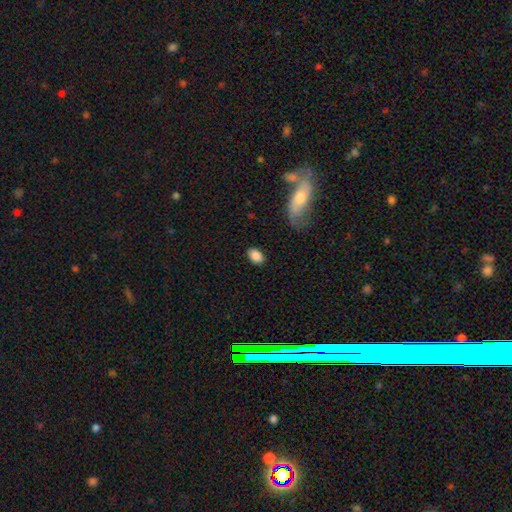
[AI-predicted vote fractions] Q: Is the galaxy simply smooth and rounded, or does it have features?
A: smooth — 86%.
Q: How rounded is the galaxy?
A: in between — 87%.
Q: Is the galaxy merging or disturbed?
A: none — 85%.